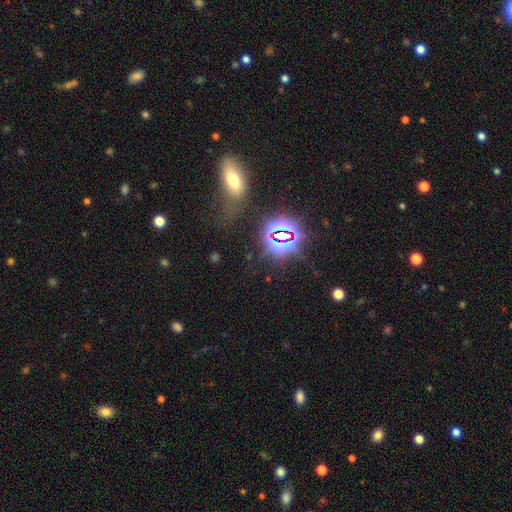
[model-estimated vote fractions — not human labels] A star or artifact, not a galaxy (70%).